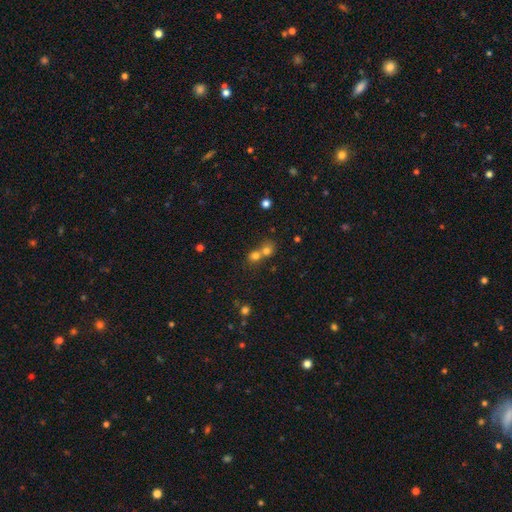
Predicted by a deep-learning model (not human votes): Smooth or featured: smooth — 73% (star or artifact — 16%)
How rounded: round — 78% (in between — 21%)
Merging: merger — 58% (none — 34%)